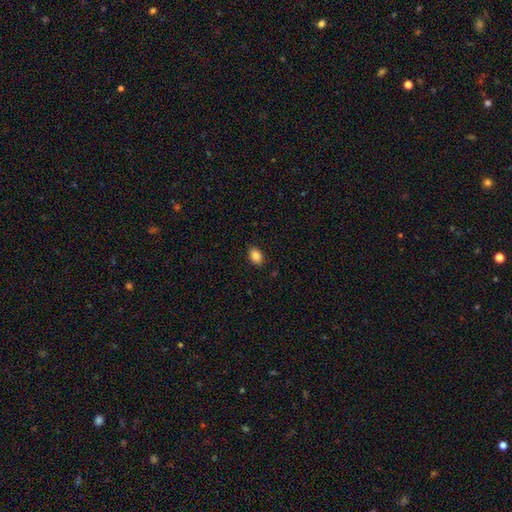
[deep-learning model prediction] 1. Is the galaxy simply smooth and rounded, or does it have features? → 87% smooth, 9% star or artifact, 4% featured or disk.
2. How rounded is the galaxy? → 80% in between, 18% round, 1% cigar-shaped.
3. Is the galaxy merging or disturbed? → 89% none, 8% minor disturbance, 2% major disturbance, 1% merger.